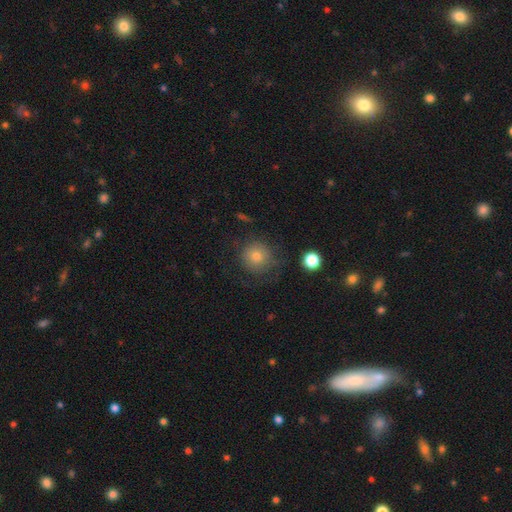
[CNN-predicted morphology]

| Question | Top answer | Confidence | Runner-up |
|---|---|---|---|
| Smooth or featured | smooth | 74% | star or artifact (13%) |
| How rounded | round | 94% | in between (6%) |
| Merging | none | 74% | minor disturbance (16%) |